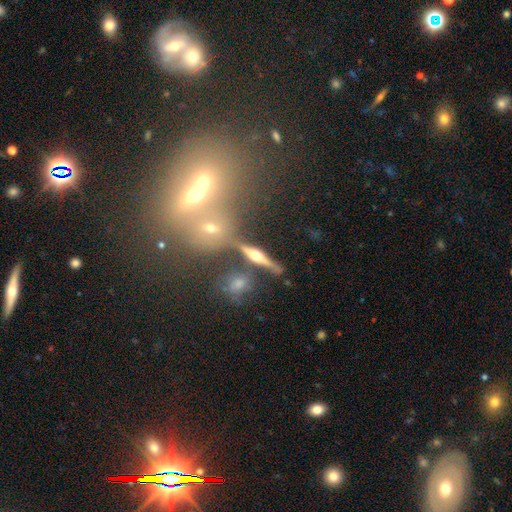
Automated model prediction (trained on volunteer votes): featured or disk 66%, smooth 22%, star or artifact 12%. Down the decision tree: edge-on disk — yes (91%); edge-on bulge — rounded (92%); merging — none (73%).